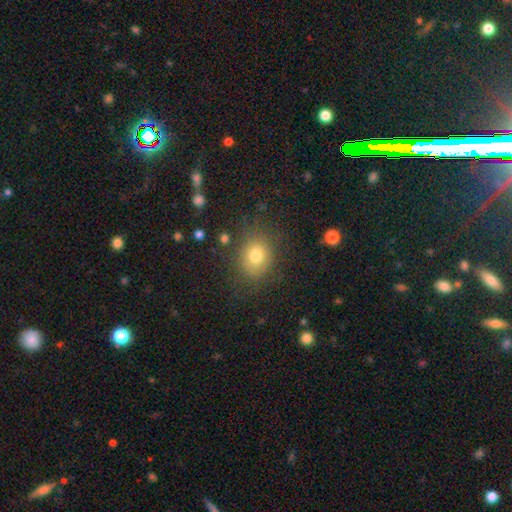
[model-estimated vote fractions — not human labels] Smooth or featured?
  - smooth: 77% *
  - star or artifact: 14%
  - featured or disk: 10%
How rounded?
  - round: 62% *
  - in between: 37%
  - cigar-shaped: 1%
Merging?
  - none: 82% *
  - minor disturbance: 12%
  - major disturbance: 5%
  - merger: 2%